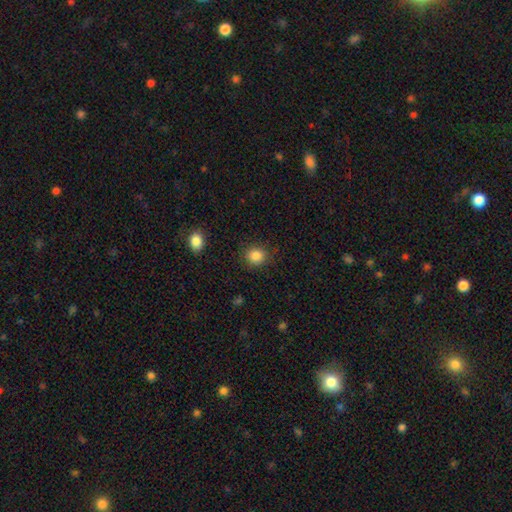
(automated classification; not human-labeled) The model was most divided on "how rounded": round: 83%, in between: 16%, cigar-shaped: 1%. More confident: merging — none (88%); smooth or featured — smooth (86%).